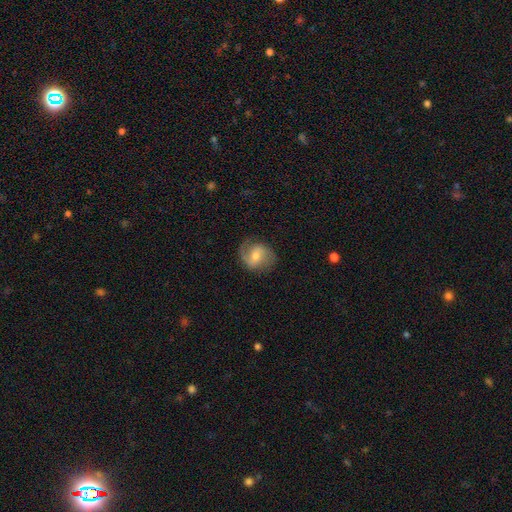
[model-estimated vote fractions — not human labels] Smooth or featured? featured or disk (69%)
Edge-on disk? no (97%)
Bar? weak (46%)
Spiral arms? yes (91%)
Spiral winding? medium (46%)
Spiral arm count? 2 (79%)
Bulge size? moderate (53%)
Merging? none (74%)